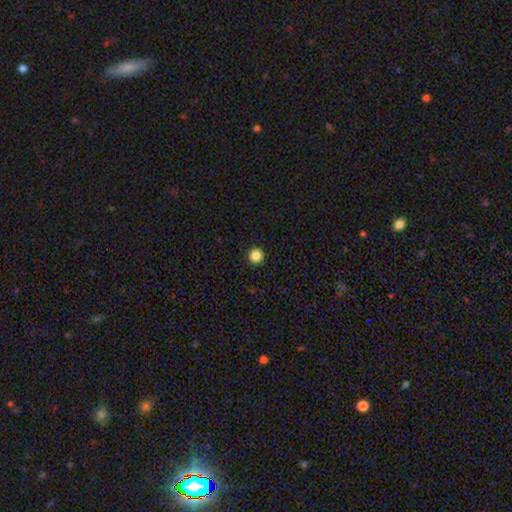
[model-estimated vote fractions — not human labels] Morphology: type=smooth (85%); roundness=round (96%); merging=none (94%).